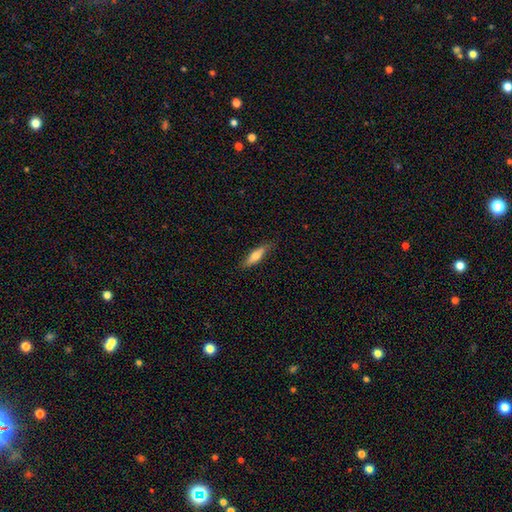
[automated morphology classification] smooth 62%, featured or disk 32%, star or artifact 6%. Down the decision tree: how rounded — cigar-shaped (62%); merging — none (80%).